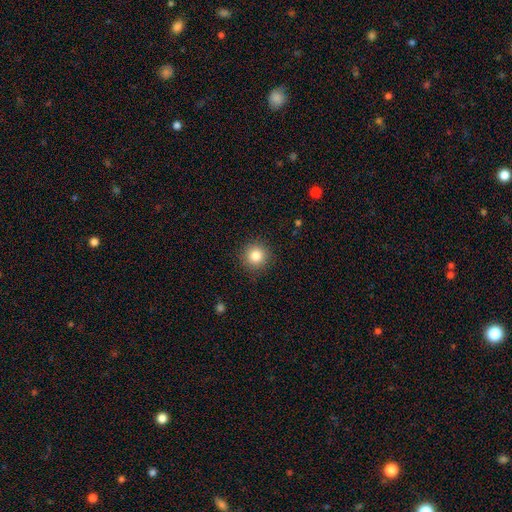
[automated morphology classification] A smooth galaxy with no disk features (84%) that is round (95%). Merging: none (90%).